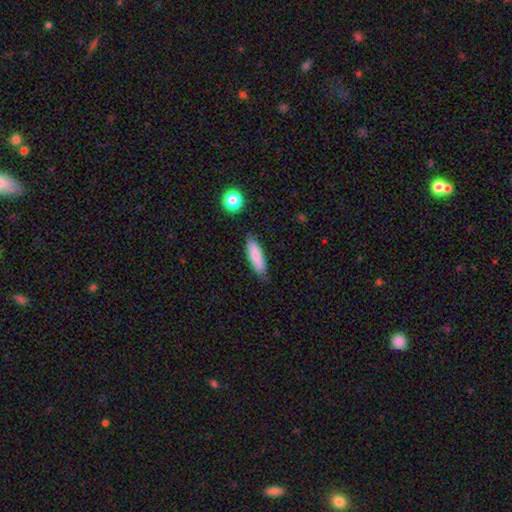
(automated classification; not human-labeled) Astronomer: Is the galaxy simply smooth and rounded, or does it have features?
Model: smooth — 83%.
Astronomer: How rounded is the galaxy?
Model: cigar-shaped — 55% (runner-up: in between, 43%).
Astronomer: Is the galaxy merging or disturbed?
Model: none — 79%.